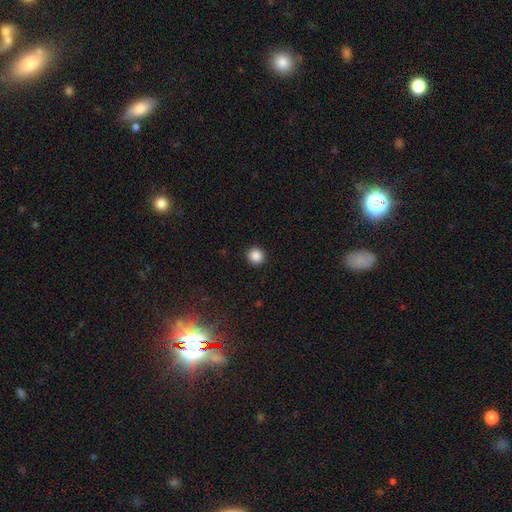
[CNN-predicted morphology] smooth 87%, star or artifact 10%, featured or disk 3%. Down the decision tree: how rounded — round (92%); merging — none (92%).